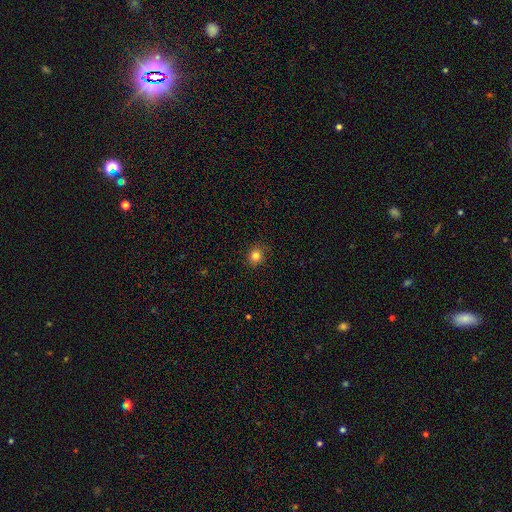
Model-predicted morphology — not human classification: The model was most divided on "how rounded": round: 80%, in between: 19%, cigar-shaped: 1%. More confident: merging — none (88%); smooth or featured — smooth (82%).